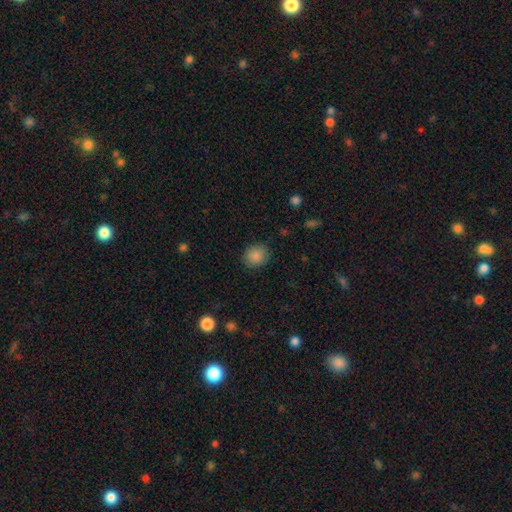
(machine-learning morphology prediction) Q: Smooth or featured?
A: smooth (87%); runner-up: star or artifact (9%)
Q: How rounded?
A: round (77%); runner-up: in between (22%)
Q: Merging?
A: none (87%); runner-up: minor disturbance (9%)